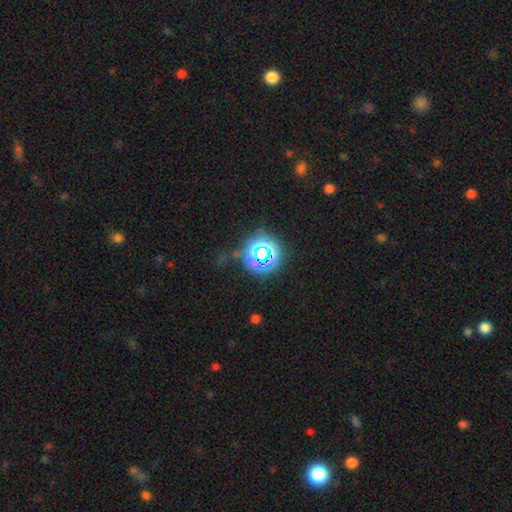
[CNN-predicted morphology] smooth_or_featured: star or artifact (p=0.61) [alt: smooth p=0.30]